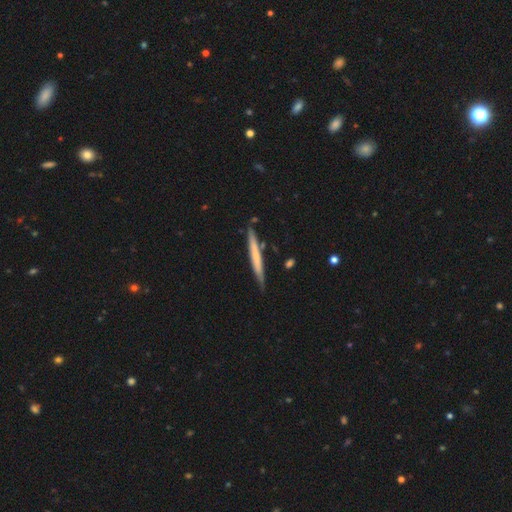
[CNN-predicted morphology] This is possibly a smooth galaxy (56%). How rounded: clearly cigar-shaped (97%). Merging: clearly none (84%).